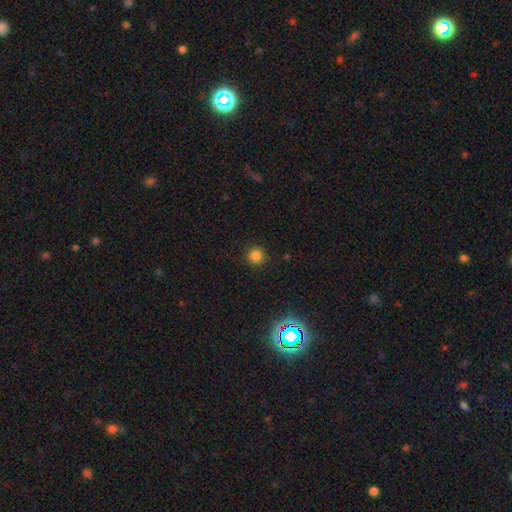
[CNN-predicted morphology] A smooth galaxy with no disk features (82%) that is round (95%).

Vote fractions:
- Smooth or featured? smooth: 82% / star or artifact: 14% / featured or disk: 4%
- How rounded? round: 95% / in between: 4% / cigar-shaped: 1%
- Merging? none: 91% / minor disturbance: 6% / major disturbance: 2% / merger: 1%